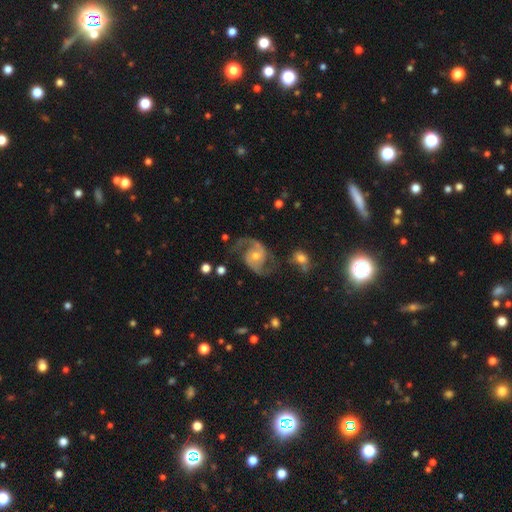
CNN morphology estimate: Smooth or featured: featured or disk — 89% (smooth — 6%)
Edge-on disk: no — 98% (yes — 2%)
Bar: no — 59% (weak — 33%)
Spiral arms: yes — 97% (no — 3%)
Spiral winding: medium — 50% (loose — 37%)
Spiral arm count: 2 — 89% (1 — 4%)
Bulge size: moderate — 59% (small — 34%)
Merging: none — 61% (minor disturbance — 19%)